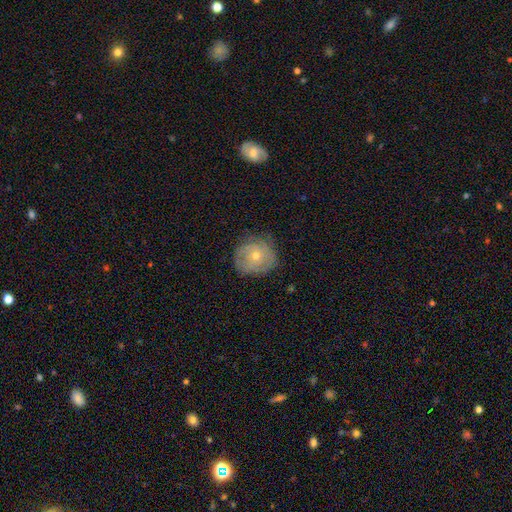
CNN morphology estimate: featured or disk 62%, smooth 29%, star or artifact 9%. Down the decision tree: edge-on disk — no (96%); bar — no (85%); spiral arms — yes (79%); bulge size — small (52%); merging — none (75%).